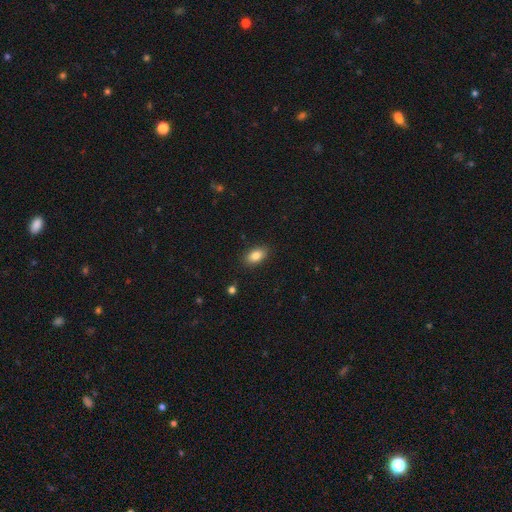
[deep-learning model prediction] Smooth or featured?
  - smooth: 85% *
  - star or artifact: 8%
  - featured or disk: 7%
How rounded?
  - in between: 89% *
  - round: 8%
  - cigar-shaped: 2%
Merging?
  - none: 88% *
  - minor disturbance: 9%
  - major disturbance: 2%
  - merger: 1%